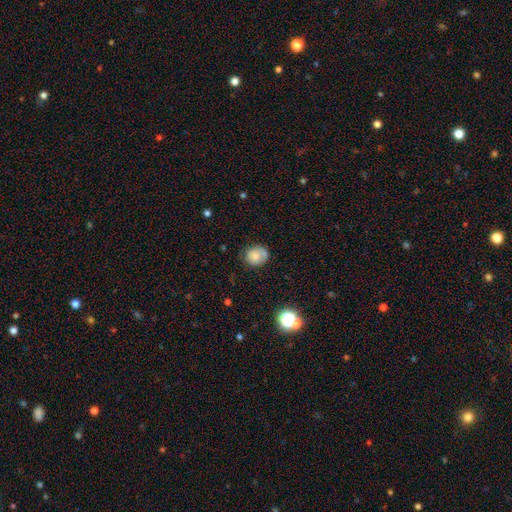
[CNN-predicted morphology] Smooth or featured? smooth (73%)
How rounded? round (74%)
Merging? none (62%)